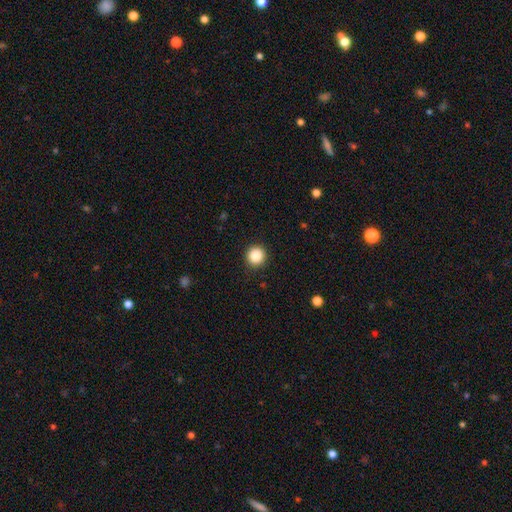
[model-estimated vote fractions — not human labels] Q: Smooth or featured?
A: smooth (87%); runner-up: star or artifact (10%)
Q: How rounded?
A: round (95%); runner-up: in between (4%)
Q: Merging?
A: none (92%); runner-up: minor disturbance (5%)